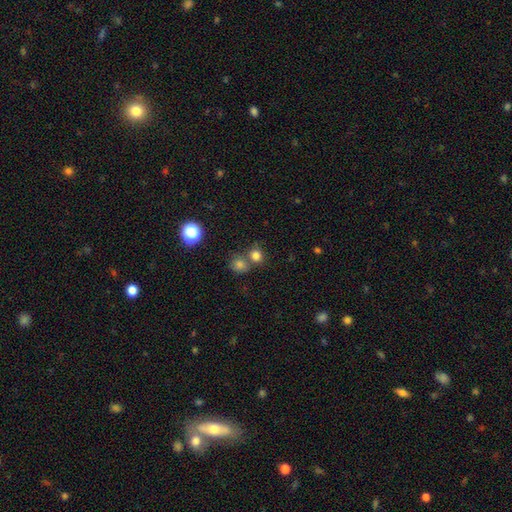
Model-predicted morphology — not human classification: smooth 77%, star or artifact 16%, featured or disk 7%. Down the decision tree: how rounded — round (81%); merging — none (57%).